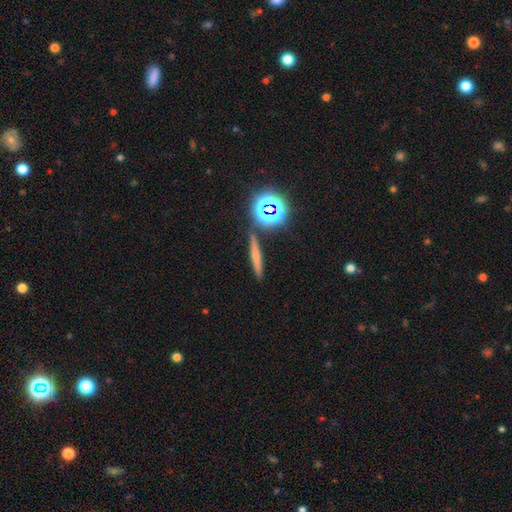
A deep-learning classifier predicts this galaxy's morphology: This appears to be a smooth galaxy with no disk features (52%) that is cigar-shaped (83%). Merging: none (86%).